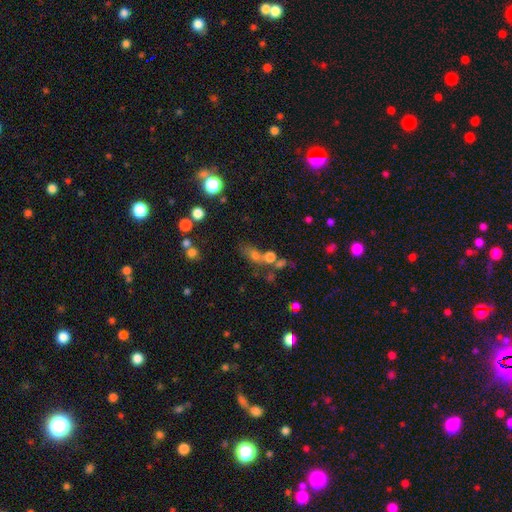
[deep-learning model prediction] smooth 55%, star or artifact 27%, featured or disk 17%. Down the decision tree: how rounded — in between (52%); merging — merger (42%).